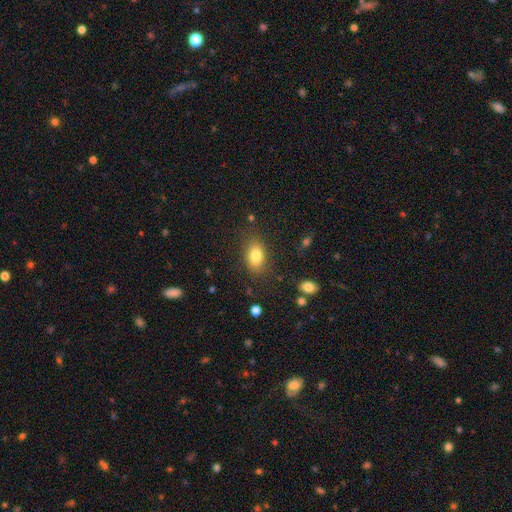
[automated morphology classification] A smooth galaxy with no disk features (81%) that is in between round and cigar-shaped (86%).

Vote fractions:
- Smooth or featured? smooth: 81% / featured or disk: 10% / star or artifact: 9%
- How rounded? in between: 86% / round: 12% / cigar-shaped: 2%
- Merging? none: 80% / minor disturbance: 13% / major disturbance: 5% / merger: 2%